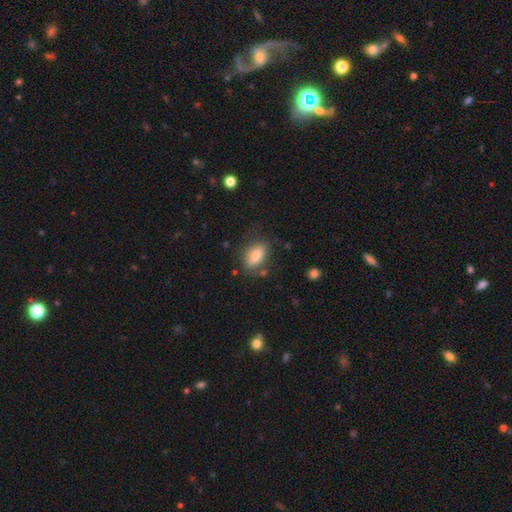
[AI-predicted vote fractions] A smooth galaxy with no disk features (68%) that is in between round and cigar-shaped (79%).

Vote fractions:
- Smooth or featured? smooth: 68% / featured or disk: 25% / star or artifact: 8%
- How rounded? in between: 79% / cigar-shaped: 14% / round: 7%
- Merging? none: 74% / minor disturbance: 17% / major disturbance: 5% / merger: 3%